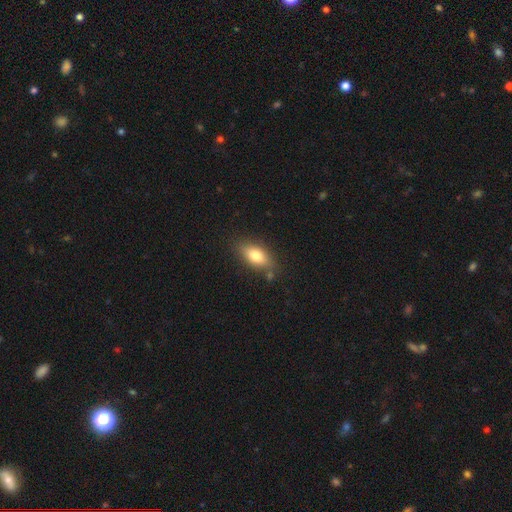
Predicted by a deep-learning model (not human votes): Morphology: type=smooth (78%); roundness=in between (83%); merging=none (76%).